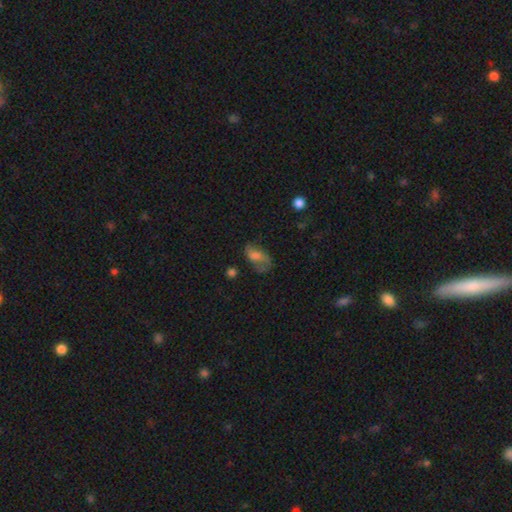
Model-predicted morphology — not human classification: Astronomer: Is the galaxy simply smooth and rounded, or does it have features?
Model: smooth — 51% (runner-up: featured or disk, 38%).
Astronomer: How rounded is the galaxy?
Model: in between — 87%.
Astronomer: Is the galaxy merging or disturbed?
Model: none — 42% (runner-up: minor disturbance, 28%).